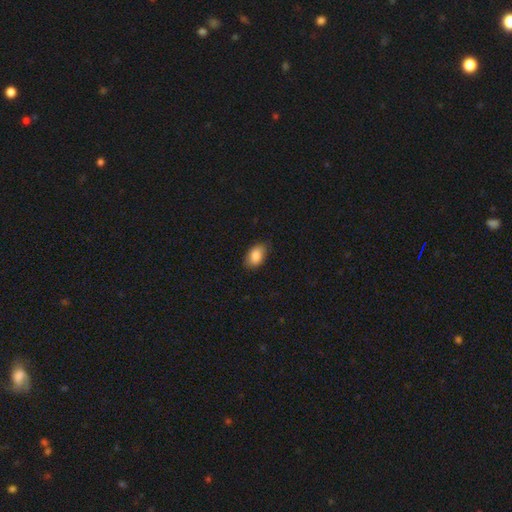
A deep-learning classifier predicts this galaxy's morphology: type=smooth (86%); roundness=in between (90%); merging=none (80%).